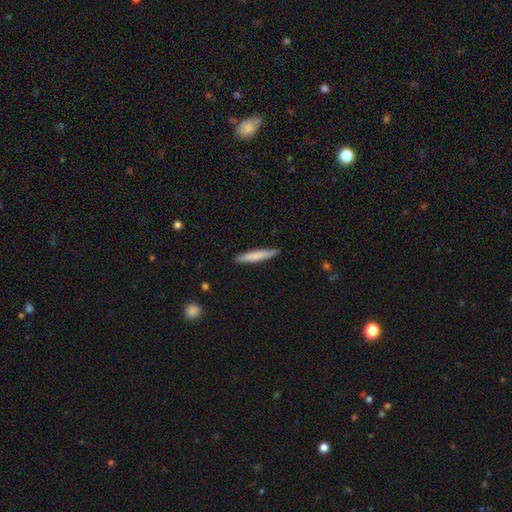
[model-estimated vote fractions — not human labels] Smooth or featured?
  - smooth: 77% *
  - featured or disk: 18%
  - star or artifact: 5%
How rounded?
  - cigar-shaped: 93% *
  - in between: 6%
  - round: 1%
Merging?
  - none: 88% *
  - minor disturbance: 9%
  - major disturbance: 2%
  - merger: 1%